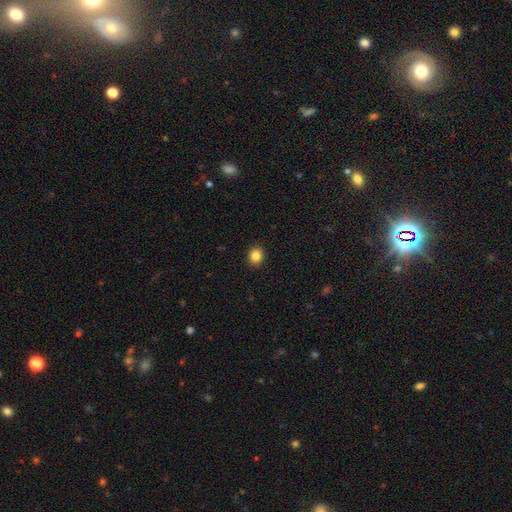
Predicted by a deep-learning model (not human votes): Smooth or featured?
  - smooth: 86% *
  - star or artifact: 10%
  - featured or disk: 4%
How rounded?
  - round: 67% *
  - in between: 33%
  - cigar-shaped: 1%
Merging?
  - none: 91% *
  - minor disturbance: 6%
  - major disturbance: 2%
  - merger: 1%